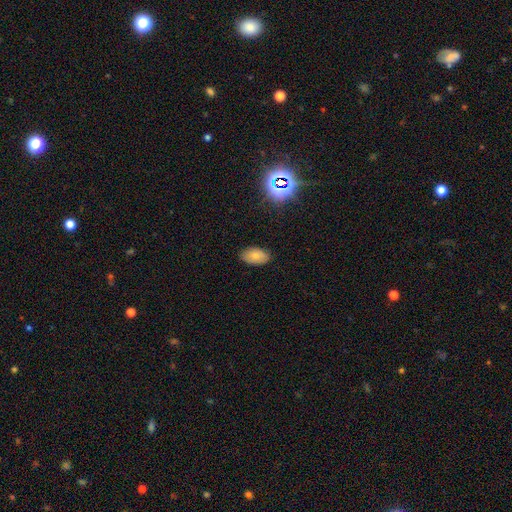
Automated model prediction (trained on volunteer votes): Smooth or featured? Predicted: smooth (p=0.73). How rounded? Predicted: in between (p=0.93). Merging? Predicted: none (p=0.84).